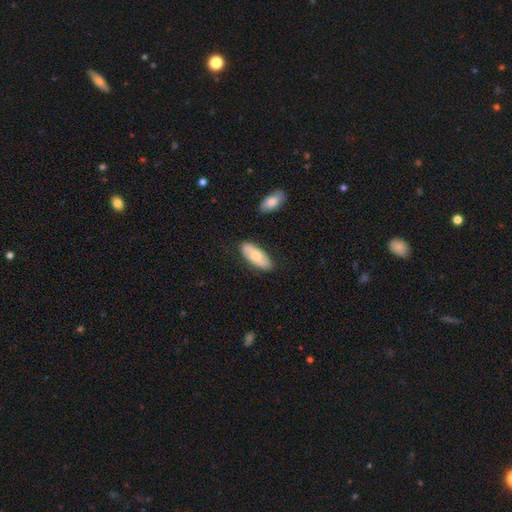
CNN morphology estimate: A smooth galaxy with no disk features (64%) that is in between round and cigar-shaped (82%).

Vote fractions:
- Smooth or featured? smooth: 64% / featured or disk: 31% / star or artifact: 5%
- How rounded? in between: 82% / cigar-shaped: 15% / round: 2%
- Merging? none: 84% / minor disturbance: 11% / merger: 3% / major disturbance: 2%